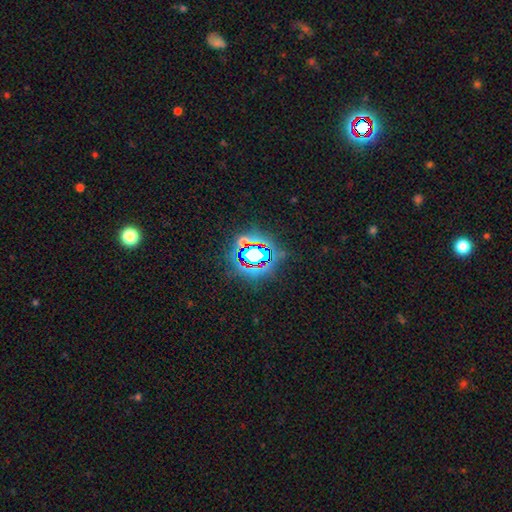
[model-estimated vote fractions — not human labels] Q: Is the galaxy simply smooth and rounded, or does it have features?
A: star or artifact — 69%.